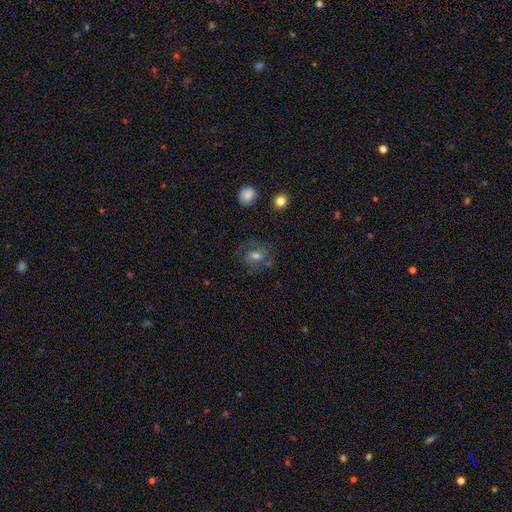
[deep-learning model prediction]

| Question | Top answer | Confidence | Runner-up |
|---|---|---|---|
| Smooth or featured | smooth | 54% | featured or disk (29%) |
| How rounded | round | 63% | in between (35%) |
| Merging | none | 69% | minor disturbance (17%) |